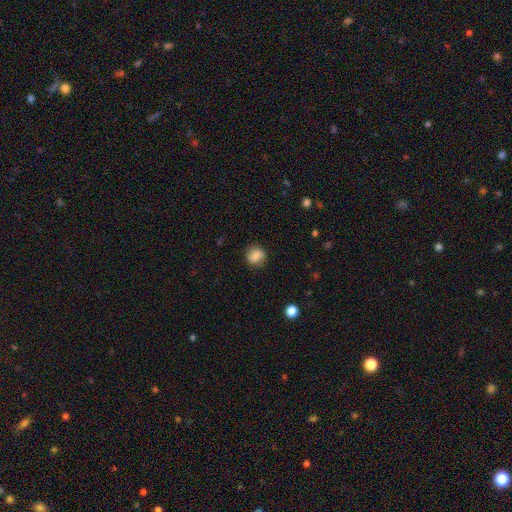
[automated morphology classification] smooth 84%, star or artifact 9%, featured or disk 7%. Down the decision tree: how rounded — round (69%); merging — none (79%).